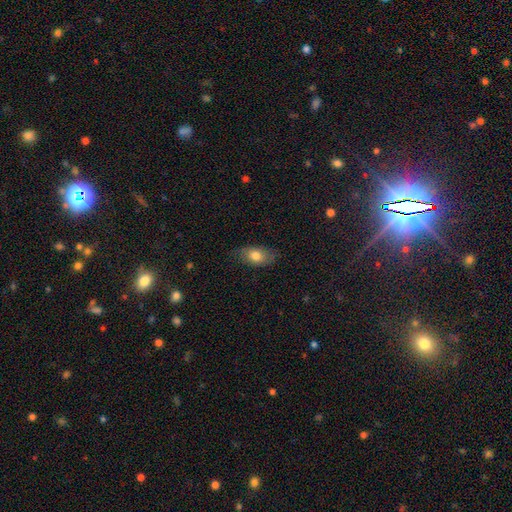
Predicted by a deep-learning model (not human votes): Smooth or featured: smooth — 76% (featured or disk — 16%)
How rounded: in between — 88% (round — 9%)
Merging: none — 75% (minor disturbance — 20%)